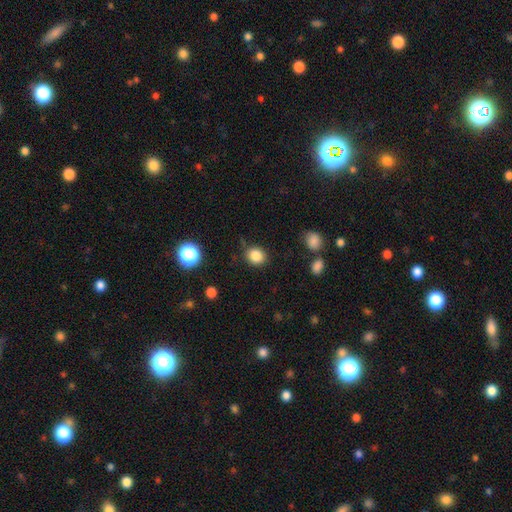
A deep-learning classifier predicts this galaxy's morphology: A smooth galaxy with no disk features (84%) that is round (77%).

Vote fractions:
- Smooth or featured? smooth: 84% / star or artifact: 11% / featured or disk: 5%
- How rounded? round: 77% / in between: 22% / cigar-shaped: 1%
- Merging? none: 78% / minor disturbance: 15% / major disturbance: 4% / merger: 3%